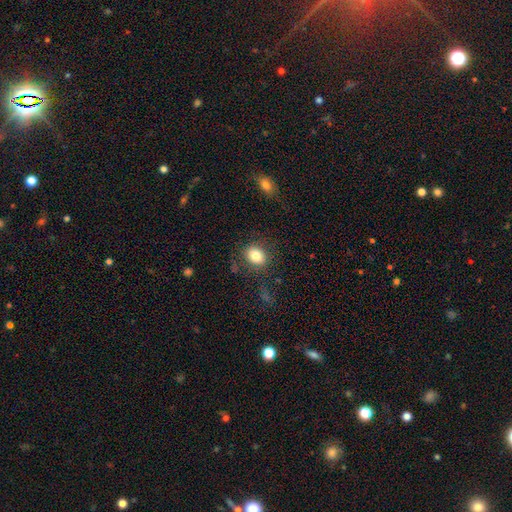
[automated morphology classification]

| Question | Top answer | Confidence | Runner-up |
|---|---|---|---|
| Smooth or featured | smooth | 82% | star or artifact (10%) |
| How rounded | round | 52% | in between (47%) |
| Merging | none | 82% | minor disturbance (12%) |